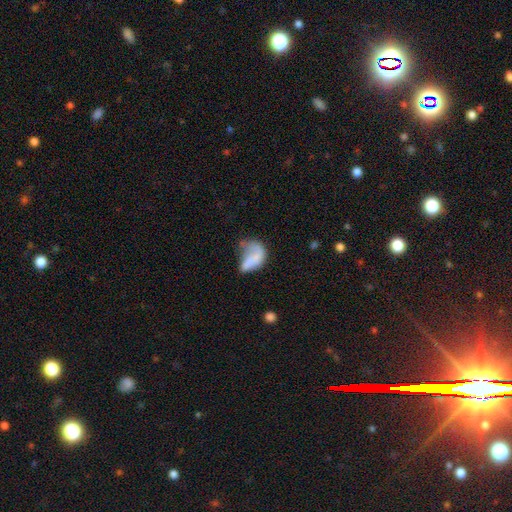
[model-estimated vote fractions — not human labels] Overall: smooth (59%; featured or disk 32%). How rounded: in between (82%). Merging: major disturbance (45%; minor disturbance 23%).